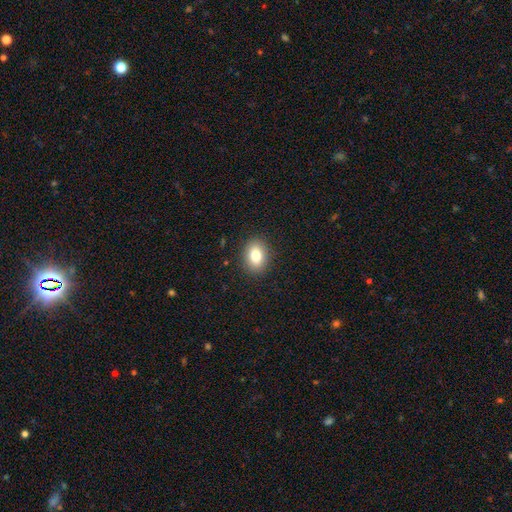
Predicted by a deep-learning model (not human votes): A smooth galaxy with no disk features (81%) that is in between round and cigar-shaped (67%). Merging: none (89%).